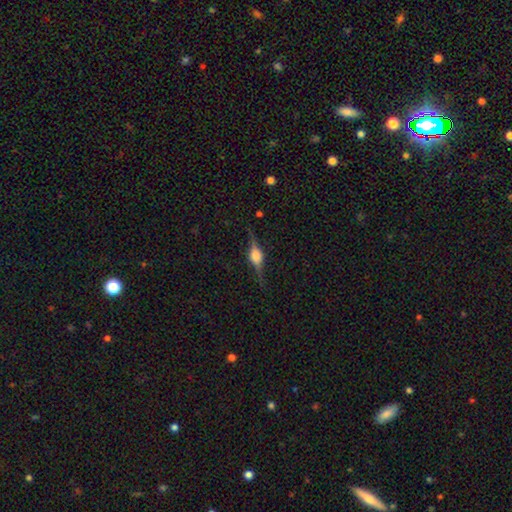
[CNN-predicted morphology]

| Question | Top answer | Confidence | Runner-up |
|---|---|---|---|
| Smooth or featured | featured or disk | 80% | smooth (12%) |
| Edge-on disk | yes | 97% | no (3%) |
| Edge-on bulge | rounded | 89% | boxy (9%) |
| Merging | none | 84% | minor disturbance (11%) |